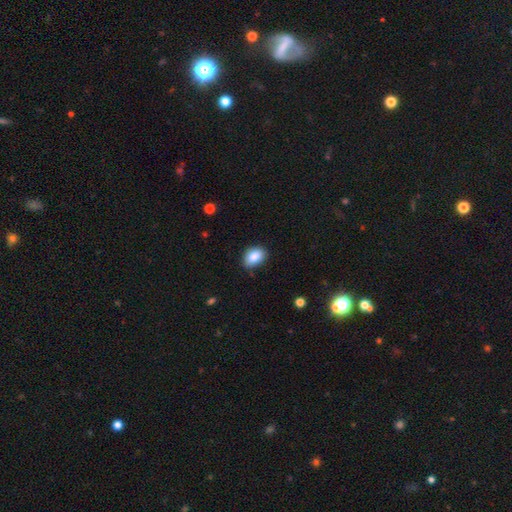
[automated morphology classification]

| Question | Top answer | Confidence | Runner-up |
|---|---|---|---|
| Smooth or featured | smooth | 85% | star or artifact (8%) |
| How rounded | in between | 77% | round (22%) |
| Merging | none | 77% | minor disturbance (19%) |